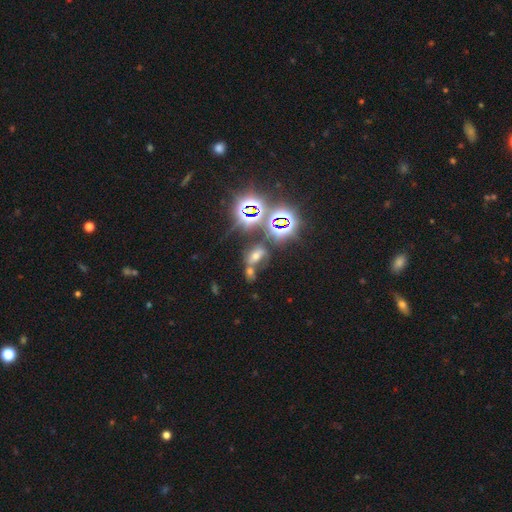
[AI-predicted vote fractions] smooth-or-featured: star or artifact: 49% | smooth: 32% | featured or disk: 19%